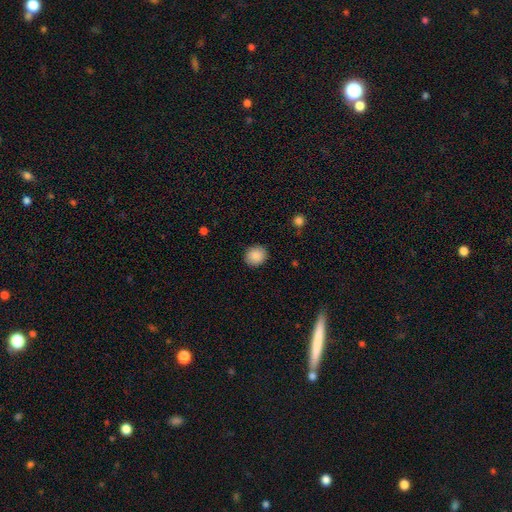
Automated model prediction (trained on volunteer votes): smooth-or-featured: smooth: 87% | star or artifact: 8% | featured or disk: 5%
  how-rounded: round: 79% | in between: 20% | cigar-shaped: 1%
  merging: none: 90% | minor disturbance: 7% | major disturbance: 2% | merger: 1%